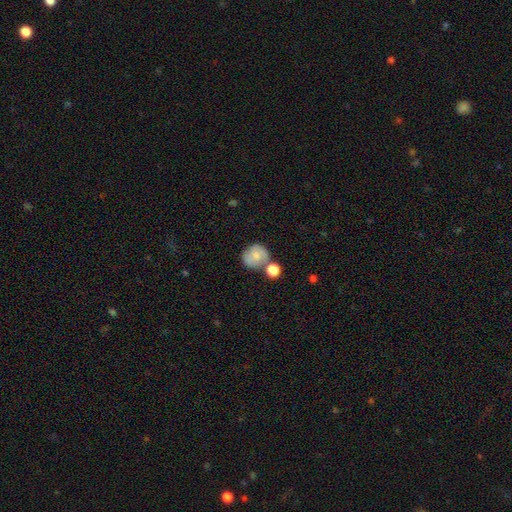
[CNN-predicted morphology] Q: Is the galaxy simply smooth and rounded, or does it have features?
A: smooth — 76%.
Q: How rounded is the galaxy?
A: round — 80%.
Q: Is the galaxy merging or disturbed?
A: none — 51%.